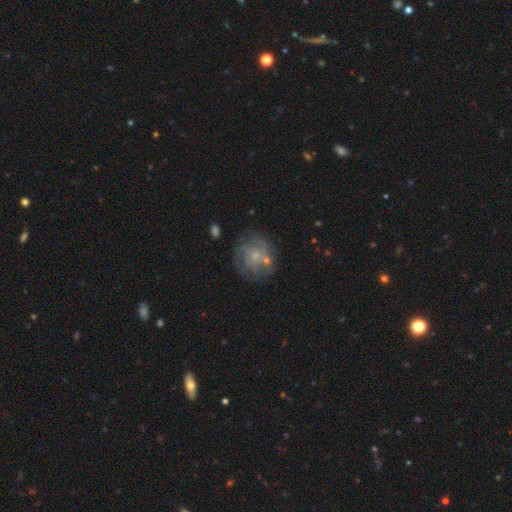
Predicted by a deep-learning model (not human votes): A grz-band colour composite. It shows a featured or disk galaxy (58%) with no bar (83%), spiral arms (65%) and a small central bulge (70%). Merging: none (58%).